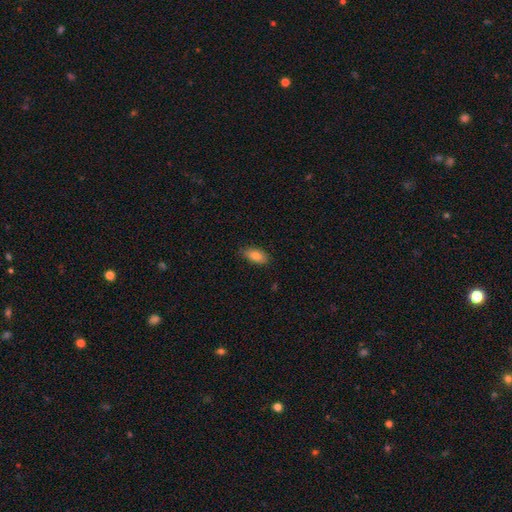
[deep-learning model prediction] This appears to be a smooth galaxy with no disk features (82%) that is in between round and cigar-shaped (90%). Merging: none (83%).